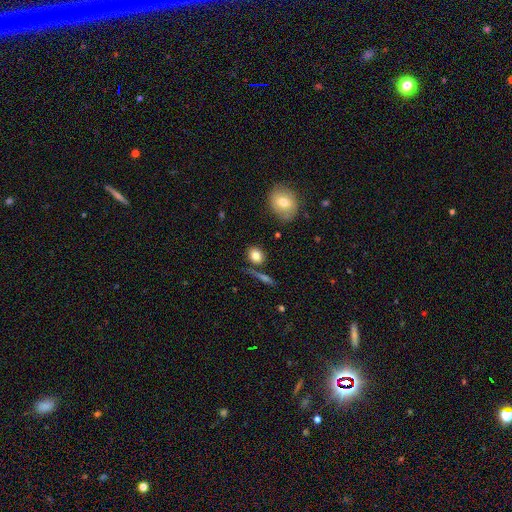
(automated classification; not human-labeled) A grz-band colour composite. It shows a smooth galaxy with no disk features (82%) that is round (49%). Merging: none (73%).